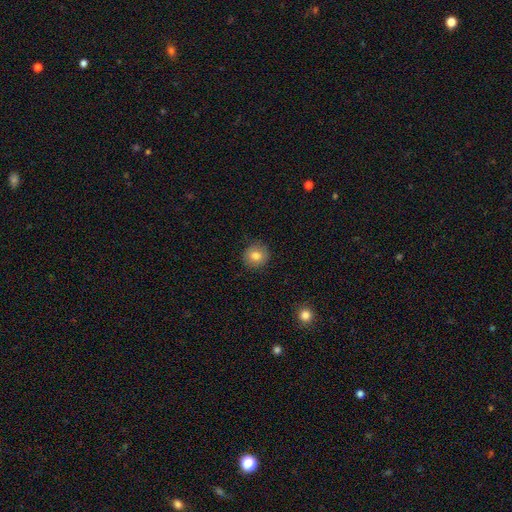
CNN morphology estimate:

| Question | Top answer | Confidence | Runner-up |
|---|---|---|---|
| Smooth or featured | smooth | 79% | featured or disk (12%) |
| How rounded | round | 92% | in between (7%) |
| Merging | none | 90% | minor disturbance (7%) |